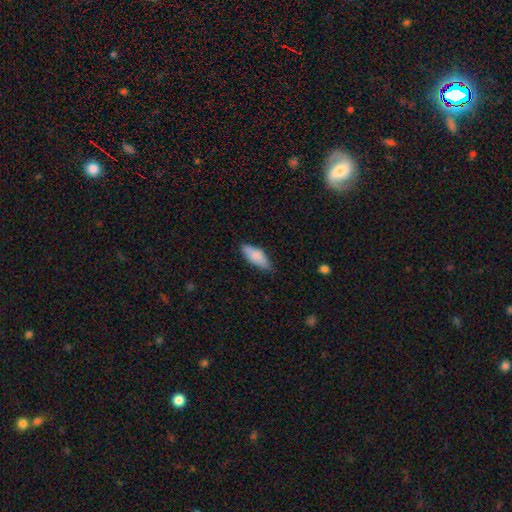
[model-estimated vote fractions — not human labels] Smooth or featured?
  - smooth: 81% *
  - featured or disk: 13%
  - star or artifact: 6%
How rounded?
  - in between: 69% *
  - cigar-shaped: 29%
  - round: 2%
Merging?
  - none: 74% *
  - minor disturbance: 20%
  - major disturbance: 4%
  - merger: 2%